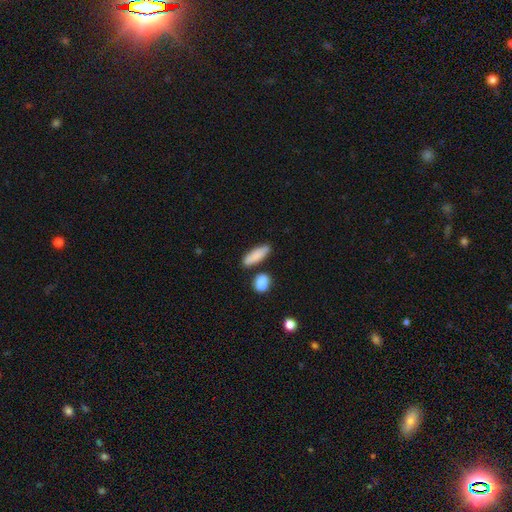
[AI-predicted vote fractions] A smooth galaxy with no disk features (85%) that is in between round and cigar-shaped (56%). Merging: none (74%).